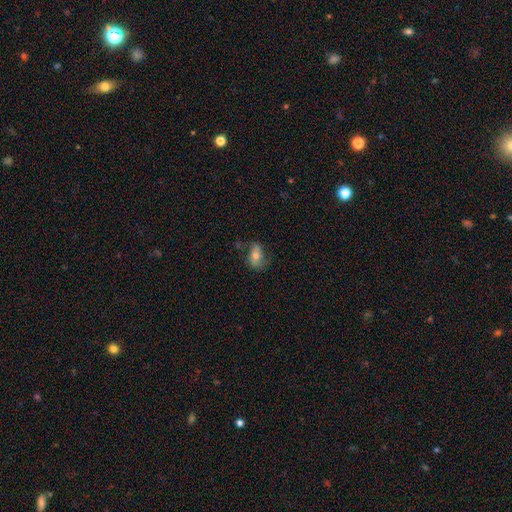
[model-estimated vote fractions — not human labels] Morphology: type=smooth (61%); roundness=in between (82%); merging=none (59%).